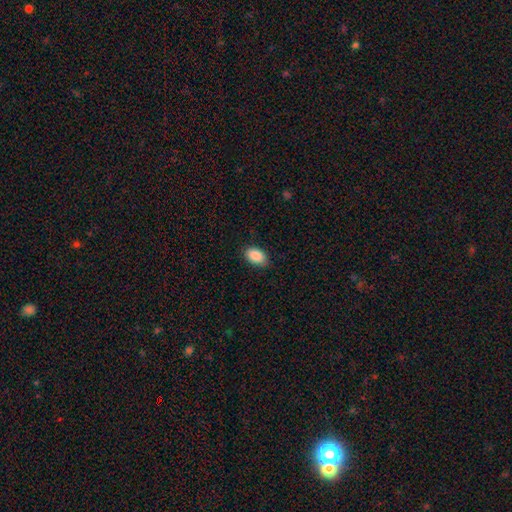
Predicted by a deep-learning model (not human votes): Q: Smooth or featured?
A: smooth (90%); runner-up: star or artifact (7%)
Q: How rounded?
A: in between (92%); runner-up: round (6%)
Q: Merging?
A: none (84%); runner-up: minor disturbance (12%)